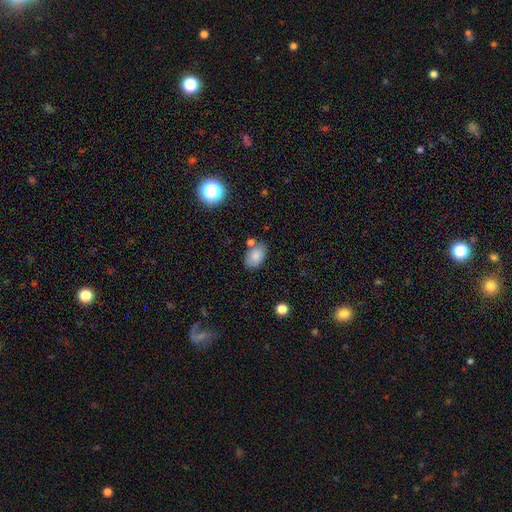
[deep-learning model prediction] A smooth galaxy with no disk features (82%) that is in between round and cigar-shaped (88%).

Vote fractions:
- Smooth or featured? smooth: 82% / featured or disk: 9% / star or artifact: 9%
- How rounded? in between: 88% / round: 10% / cigar-shaped: 1%
- Merging? none: 68% / minor disturbance: 17% / merger: 11% / major disturbance: 4%